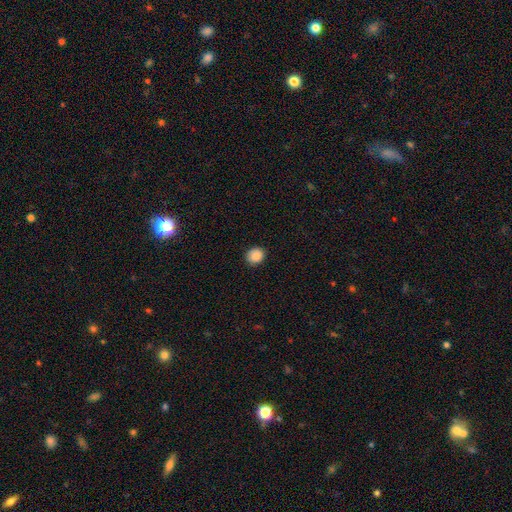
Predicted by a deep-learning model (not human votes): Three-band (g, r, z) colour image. It shows a smooth galaxy with no disk features (87%) that is round (77%). Merging: none (89%).